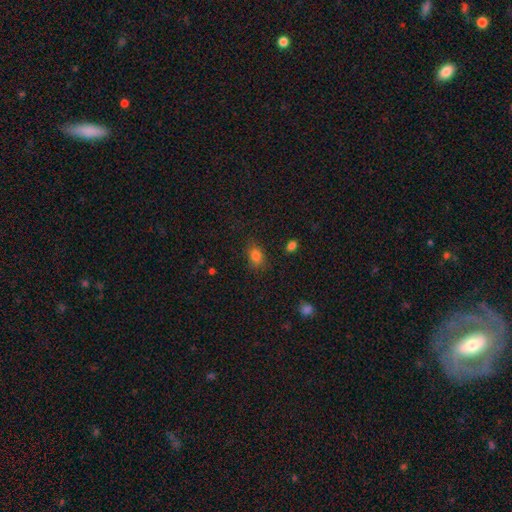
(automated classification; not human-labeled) Smooth or featured? Predicted: smooth (p=0.82). How rounded? Predicted: in between (p=0.70). Merging? Predicted: none (p=0.80).